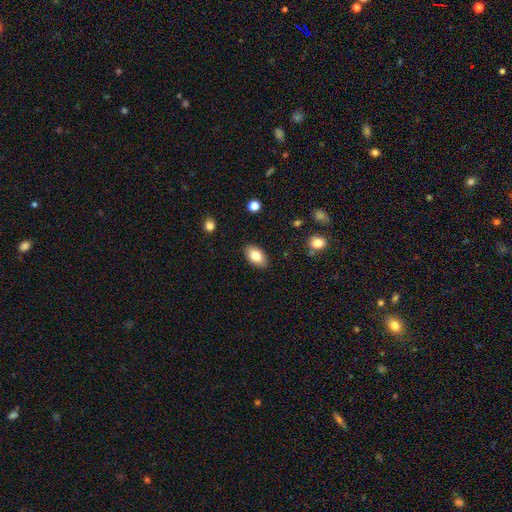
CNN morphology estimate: This is clearly a smooth galaxy (82%). How rounded: clearly in between (92%). Merging: clearly none (88%).